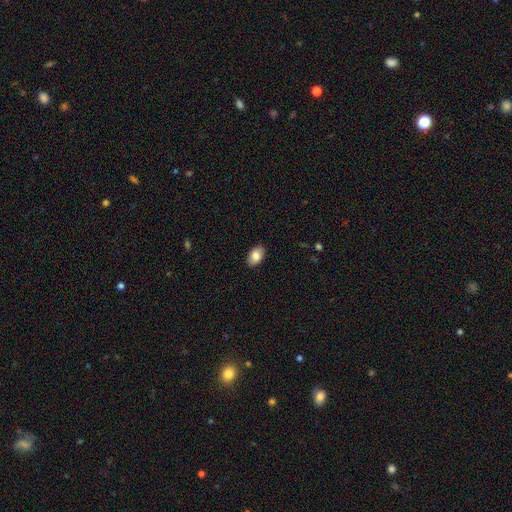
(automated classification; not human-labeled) smooth_or_featured: smooth (p=0.84) [alt: featured or disk p=0.09]
how_rounded: in between (p=0.90) [alt: round p=0.09]
merging: none (p=0.89) [alt: minor disturbance p=0.08]